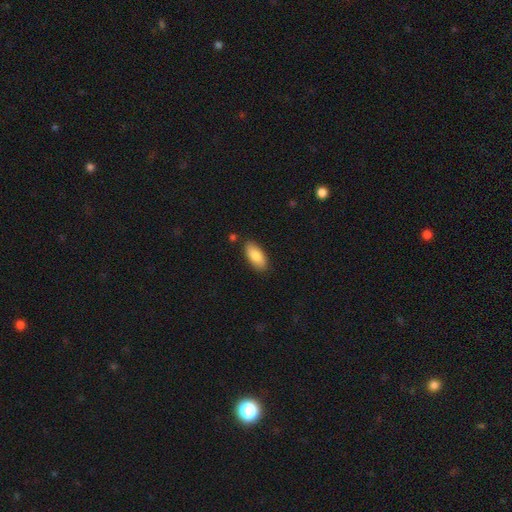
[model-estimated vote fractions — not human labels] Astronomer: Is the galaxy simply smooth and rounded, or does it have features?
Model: smooth — 86%.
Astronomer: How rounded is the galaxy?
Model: in between — 88%.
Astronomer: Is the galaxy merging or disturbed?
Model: none — 84%.